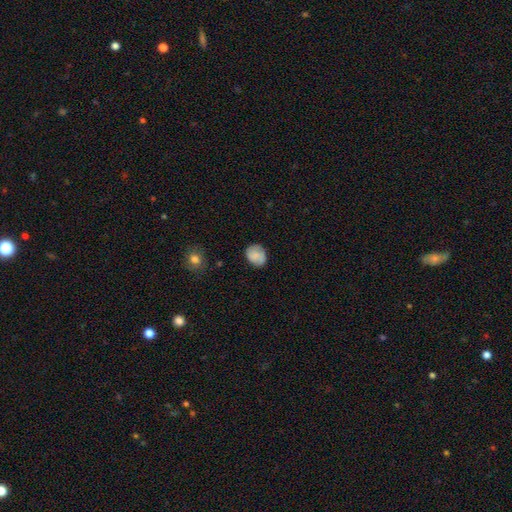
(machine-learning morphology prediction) Smooth or featured? Predicted: smooth (p=0.75). How rounded? Predicted: round (p=0.58). Merging? Predicted: none (p=0.75).